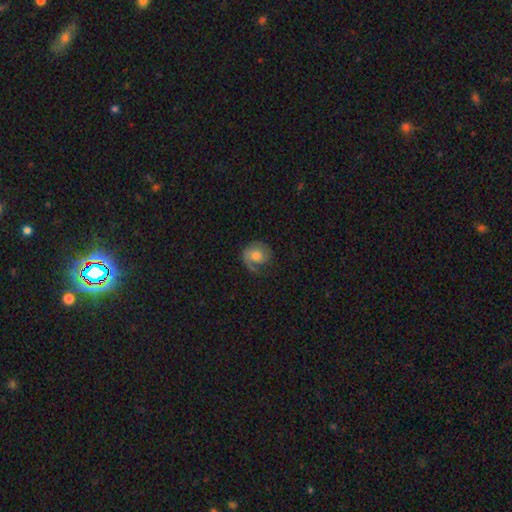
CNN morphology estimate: The model was most divided on "spiral winding": tight: 39%, medium: 37%, loose: 24%. More confident: edge-on disk — no (97%); spiral arms — yes (90%); bar — no (72%); spiral arm count — 1 (66%); smooth or featured — featured or disk (62%); merging — none (60%); bulge size — moderate (60%).